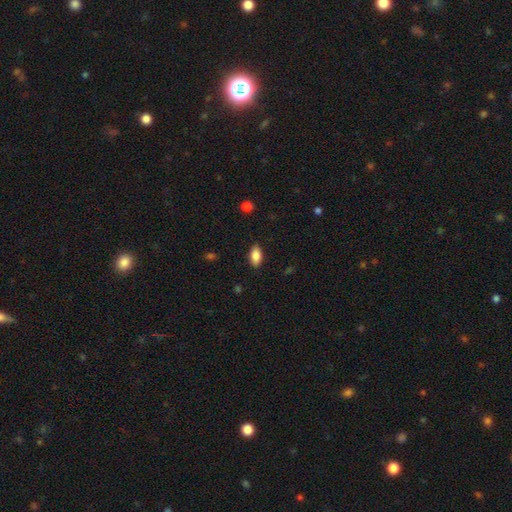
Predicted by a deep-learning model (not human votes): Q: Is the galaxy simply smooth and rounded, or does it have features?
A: smooth — 86%.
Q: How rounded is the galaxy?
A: in between — 91%.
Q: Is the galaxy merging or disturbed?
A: none — 87%.